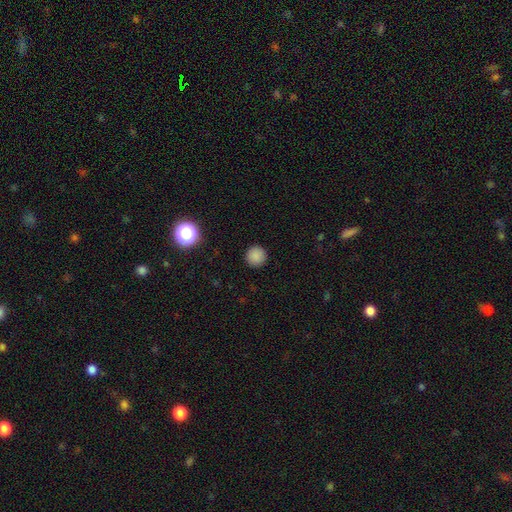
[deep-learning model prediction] smooth_or_featured: smooth (p=0.85) [alt: star or artifact p=0.12]
how_rounded: round (p=0.96) [alt: in between p=0.03]
merging: none (p=0.92) [alt: minor disturbance p=0.05]